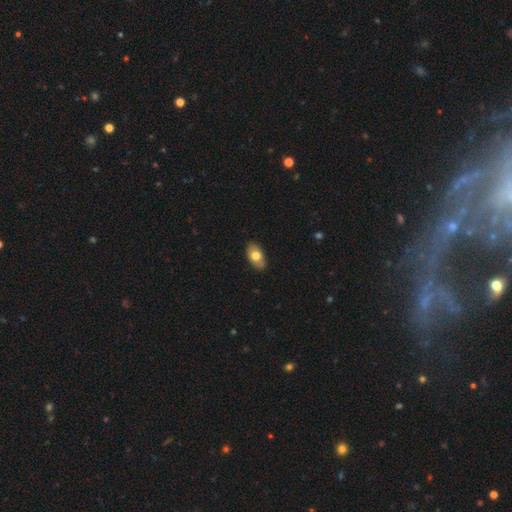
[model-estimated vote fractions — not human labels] Smooth or featured?
  - smooth: 72% *
  - featured or disk: 21%
  - star or artifact: 7%
How rounded?
  - in between: 91% *
  - round: 7%
  - cigar-shaped: 2%
Merging?
  - none: 82% *
  - minor disturbance: 14%
  - major disturbance: 2%
  - merger: 1%